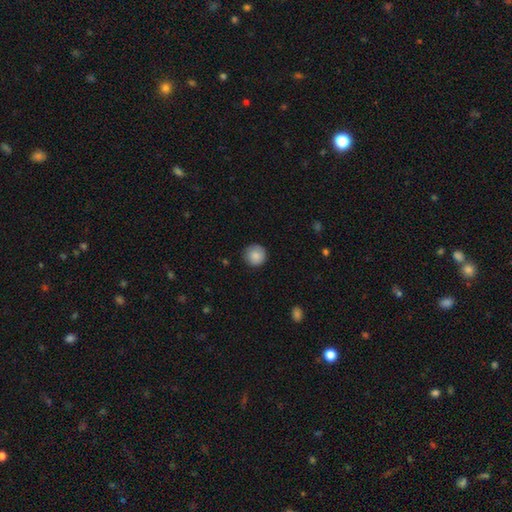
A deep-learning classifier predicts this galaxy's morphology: This appears to be a smooth galaxy with no disk features (88%) that is round (95%). Merging: none (90%).